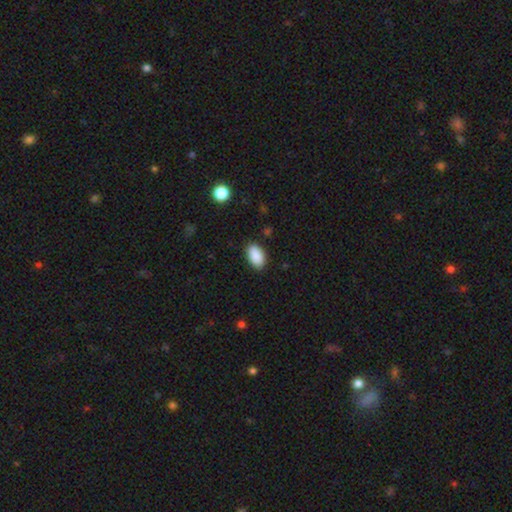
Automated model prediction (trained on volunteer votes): The model was most divided on "merging": none: 87%, minor disturbance: 10%, major disturbance: 2%, merger: 1%. More confident: how rounded — in between (94%); smooth or featured — smooth (90%).